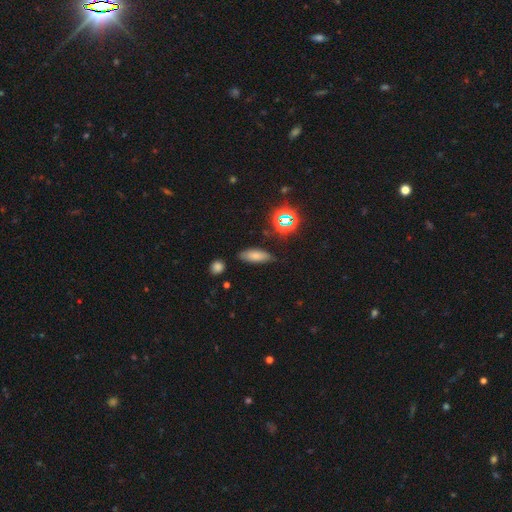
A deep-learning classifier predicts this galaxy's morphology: This appears to be a smooth galaxy with no disk features (73%) that is in between round and cigar-shaped (71%). Merging: none (77%).